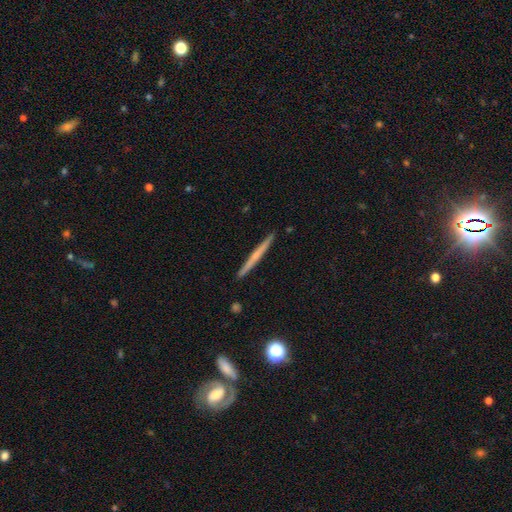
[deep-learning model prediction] Smooth or featured? featured or disk (50%)
Edge-on disk? yes (98%)
Merging? none (92%)